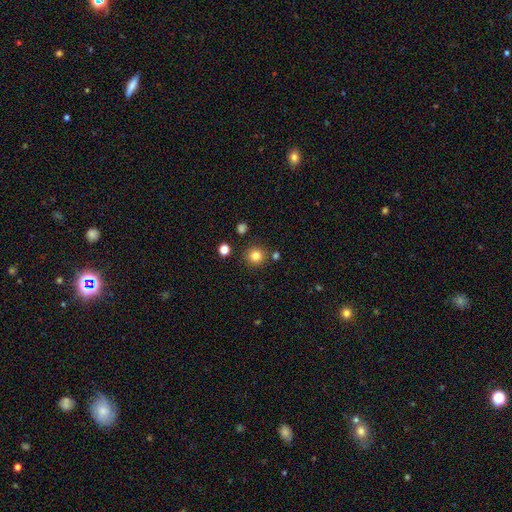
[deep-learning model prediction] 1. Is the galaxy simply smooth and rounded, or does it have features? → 82% smooth, 12% star or artifact, 5% featured or disk.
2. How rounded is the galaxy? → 93% round, 6% in between, 1% cigar-shaped.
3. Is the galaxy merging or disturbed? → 84% none, 8% minor disturbance, 5% merger, 3% major disturbance.